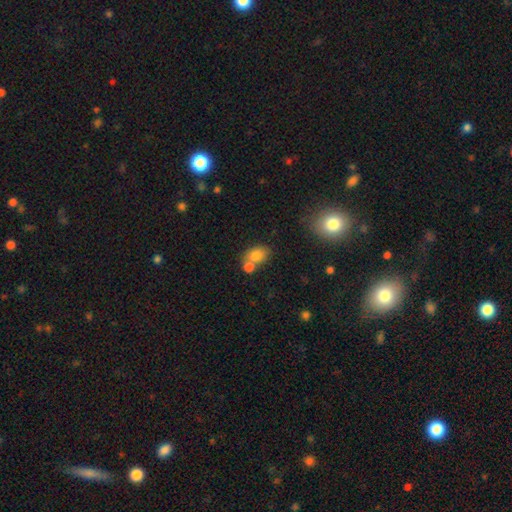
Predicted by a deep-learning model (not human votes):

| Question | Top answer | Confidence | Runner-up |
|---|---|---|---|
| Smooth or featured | smooth | 79% | featured or disk (10%) |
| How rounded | in between | 71% | round (28%) |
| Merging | none | 46% | merger (38%) |